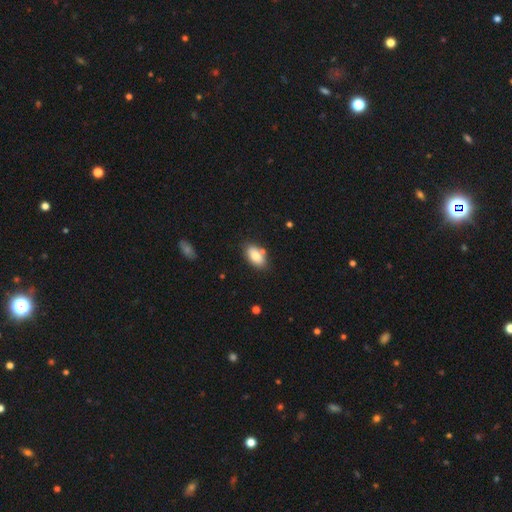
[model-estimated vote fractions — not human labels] smooth 82%, featured or disk 11%, star or artifact 7%. Down the decision tree: how rounded — in between (92%); merging — none (76%).